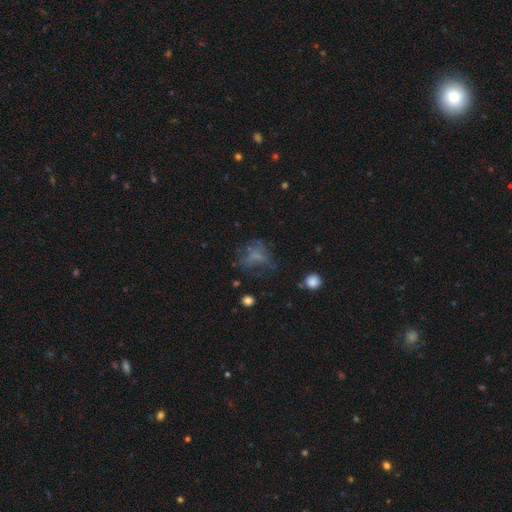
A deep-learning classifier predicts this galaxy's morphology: A smooth galaxy with no disk features (46%).

Vote fractions:
- Smooth or featured? smooth: 46% / featured or disk: 35% / star or artifact: 20%
- Merging? none: 41% / major disturbance: 34% / minor disturbance: 21% / merger: 4%